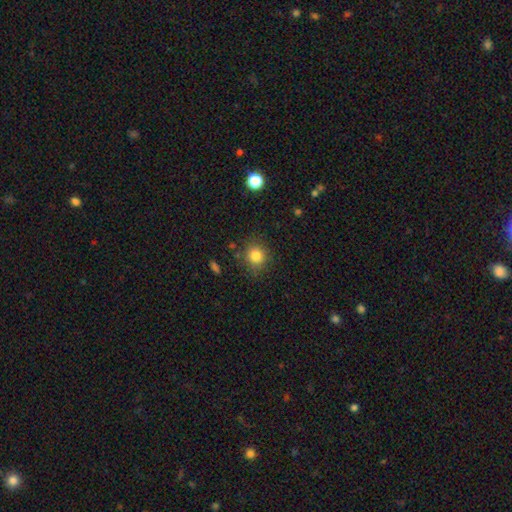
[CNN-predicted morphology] Smooth or featured? smooth (82%)
How rounded? round (86%)
Merging? none (84%)